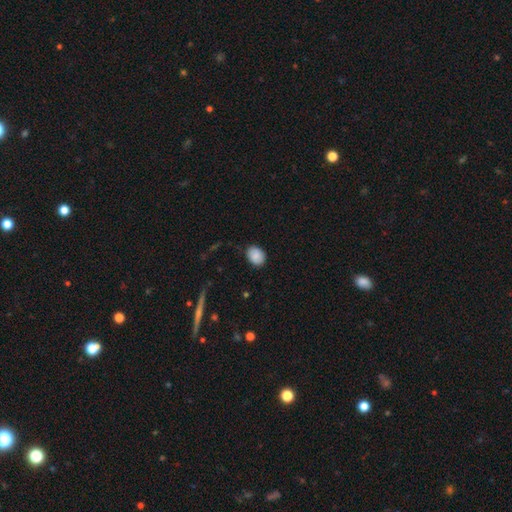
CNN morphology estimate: Smooth or featured: smooth — 87% (star or artifact — 7%)
How rounded: in between — 61% (round — 38%)
Merging: none — 81% (minor disturbance — 15%)